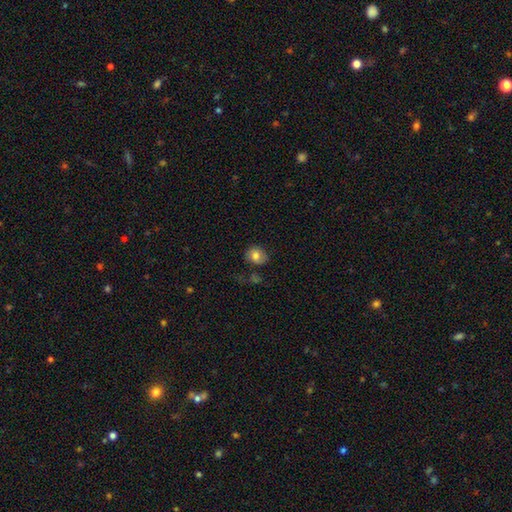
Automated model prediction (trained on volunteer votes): Smooth or featured: smooth — 77% (featured or disk — 15%)
How rounded: round — 63% (in between — 36%)
Merging: none — 71% (minor disturbance — 19%)